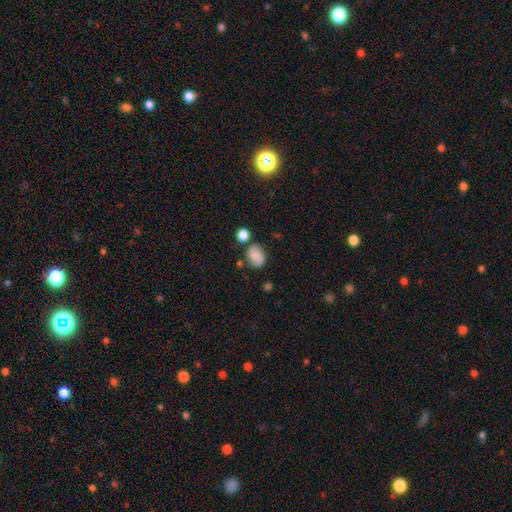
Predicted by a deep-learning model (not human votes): This is likely a smooth galaxy (76%). How rounded: likely in between (68%). Merging: likely none (63%).